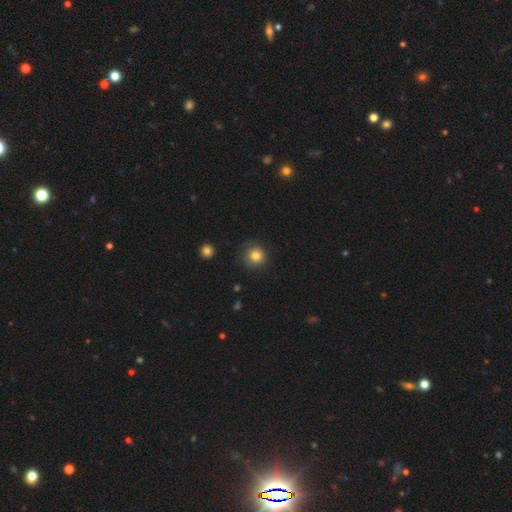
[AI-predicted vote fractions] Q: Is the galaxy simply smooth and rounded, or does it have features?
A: smooth — 82%.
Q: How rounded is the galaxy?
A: round — 94%.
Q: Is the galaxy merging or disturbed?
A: none — 84%.